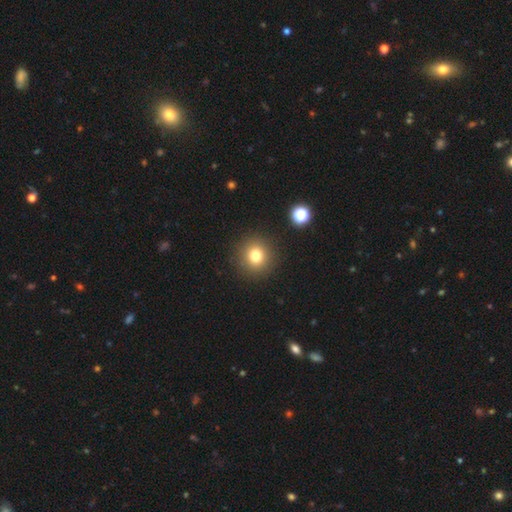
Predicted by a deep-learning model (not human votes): Overall: smooth (77%). How rounded: round (93%). Merging: none (90%).